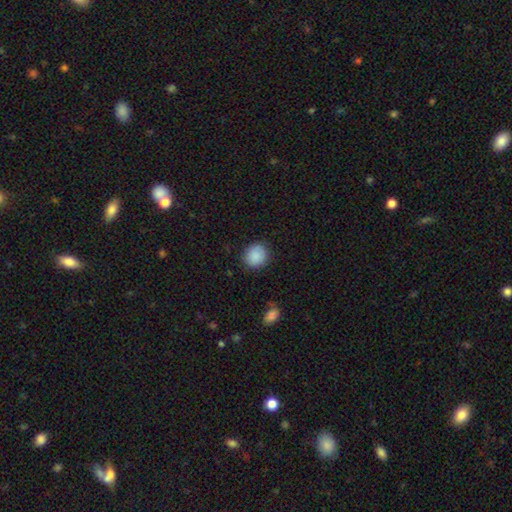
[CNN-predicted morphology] A smooth galaxy with no disk features (88%) that is round (83%).

Vote fractions:
- Smooth or featured? smooth: 88% / star or artifact: 8% / featured or disk: 4%
- How rounded? round: 83% / in between: 16% / cigar-shaped: 1%
- Merging? none: 86% / minor disturbance: 10% / major disturbance: 3% / merger: 1%